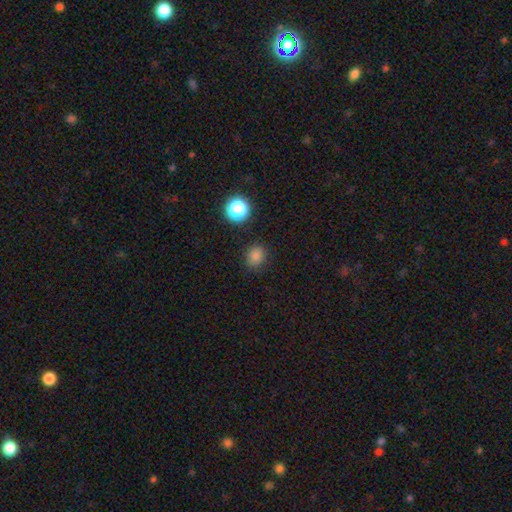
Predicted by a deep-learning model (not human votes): Smooth or featured?
  - smooth: 81% *
  - star or artifact: 15%
  - featured or disk: 4%
How rounded?
  - round: 63% *
  - in between: 37%
  - cigar-shaped: 1%
Merging?
  - none: 84% *
  - minor disturbance: 11%
  - major disturbance: 3%
  - merger: 2%